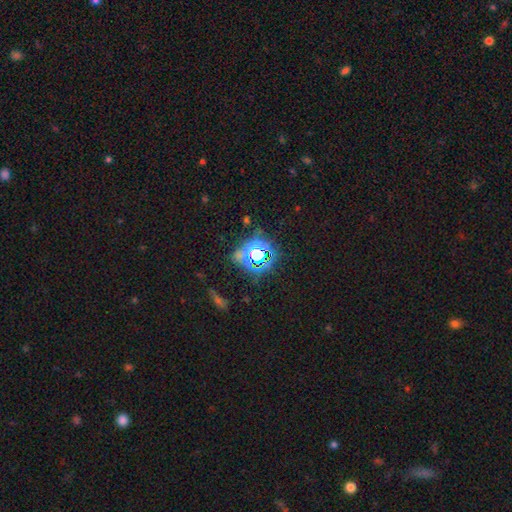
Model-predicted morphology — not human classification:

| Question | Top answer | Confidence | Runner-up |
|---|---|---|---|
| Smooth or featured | star or artifact | 77% | smooth (16%) |